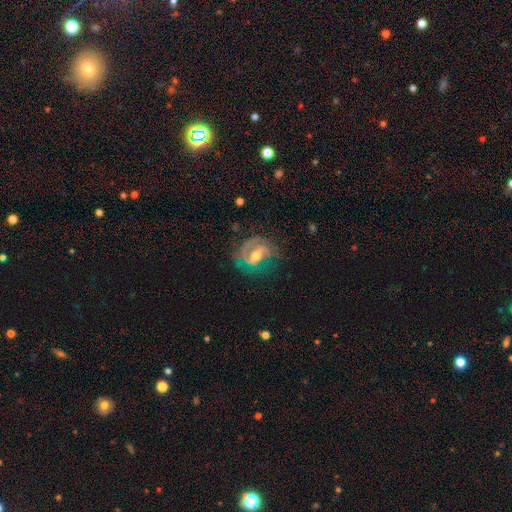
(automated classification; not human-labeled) Q: Smooth or featured?
A: featured or disk (82%); runner-up: smooth (11%)
Q: Edge-on disk?
A: no (97%); runner-up: yes (3%)
Q: Bar?
A: weak (48%); runner-up: no (29%)
Q: Spiral arms?
A: yes (91%); runner-up: no (9%)
Q: Spiral winding?
A: tight (43%); runner-up: medium (42%)
Q: Spiral arm count?
A: 2 (58%); runner-up: 1 (16%)
Q: Bulge size?
A: moderate (66%); runner-up: small (22%)
Q: Merging?
A: none (64%); runner-up: minor disturbance (20%)